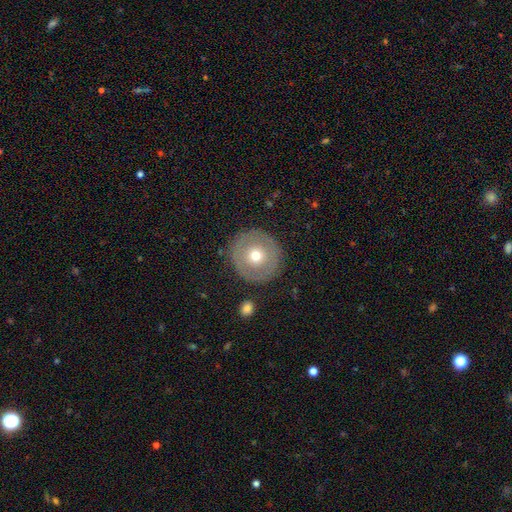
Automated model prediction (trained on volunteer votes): A smooth galaxy with no disk features (56%) that is round (93%). Merging: none (88%).